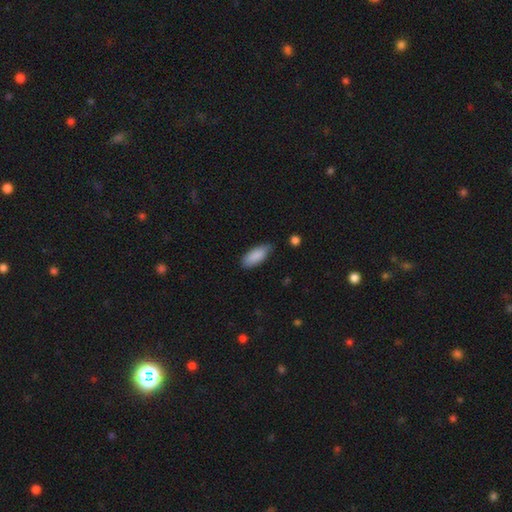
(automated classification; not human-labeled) smooth 88%, star or artifact 6%, featured or disk 6%. Down the decision tree: how rounded — in between (84%); merging — none (66%).